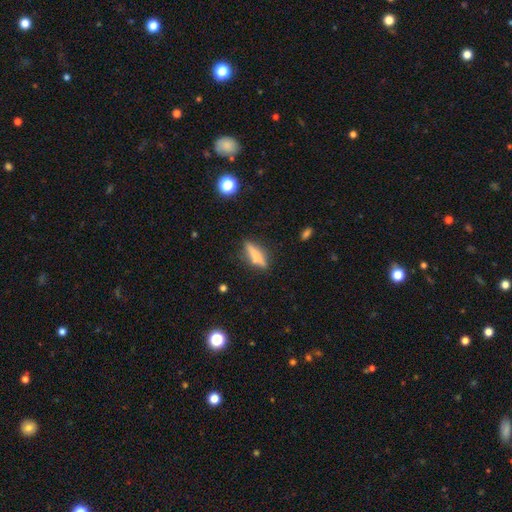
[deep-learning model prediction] Smooth or featured?
  - smooth: 57% *
  - featured or disk: 35%
  - star or artifact: 8%
How rounded?
  - cigar-shaped: 71% *
  - in between: 27%
  - round: 3%
Merging?
  - none: 81% *
  - minor disturbance: 13%
  - major disturbance: 4%
  - merger: 2%